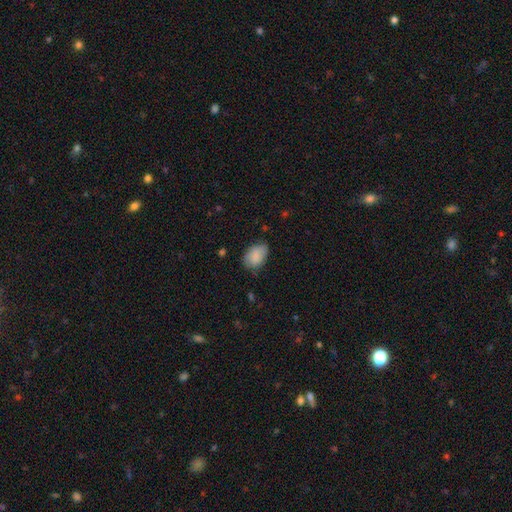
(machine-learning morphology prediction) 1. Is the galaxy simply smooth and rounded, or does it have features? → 87% smooth, 7% star or artifact, 6% featured or disk.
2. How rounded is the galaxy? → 86% in between, 13% round, 1% cigar-shaped.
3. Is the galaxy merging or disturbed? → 70% none, 24% minor disturbance, 5% major disturbance, 1% merger.